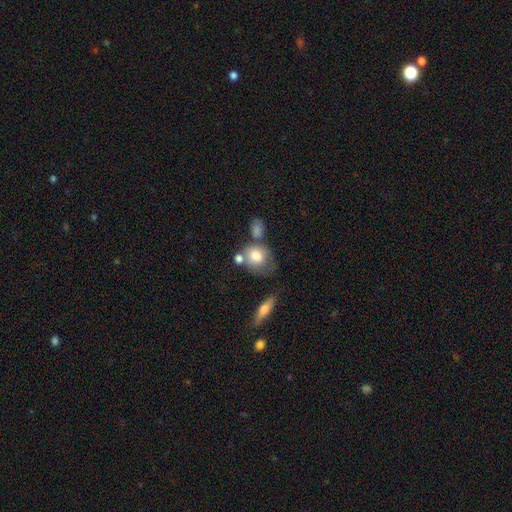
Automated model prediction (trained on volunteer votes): This appears to be a smooth galaxy with no disk features (74%) that is in between round and cigar-shaped (53%). Merging: none (40%).